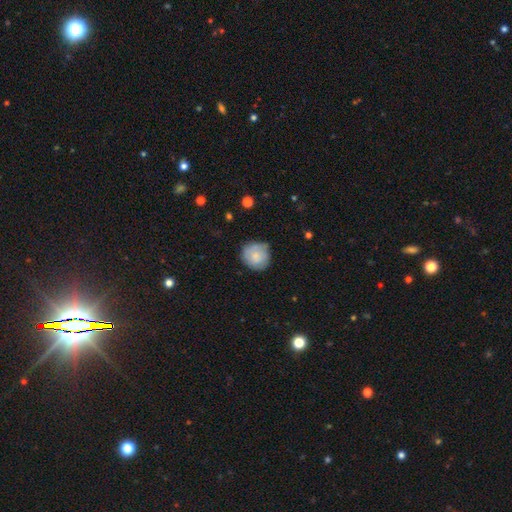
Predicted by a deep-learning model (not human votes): Morphology: type=smooth (72%); roundness=round (87%); merging=none (71%).